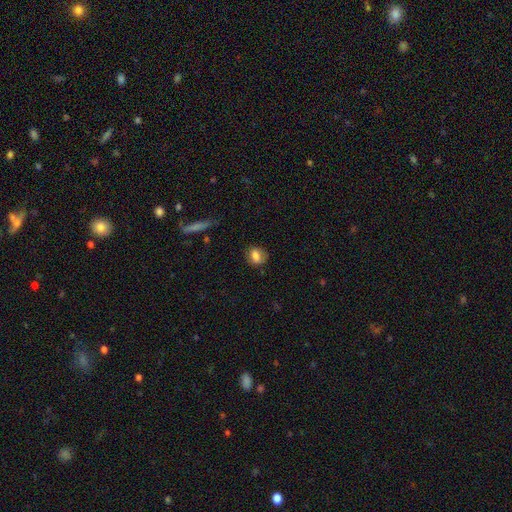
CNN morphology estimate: smooth-or-featured: smooth: 80% | featured or disk: 11% | star or artifact: 9%
  how-rounded: in between: 58% | round: 39% | cigar-shaped: 3%
  merging: none: 78% | minor disturbance: 16% | major disturbance: 5% | merger: 2%